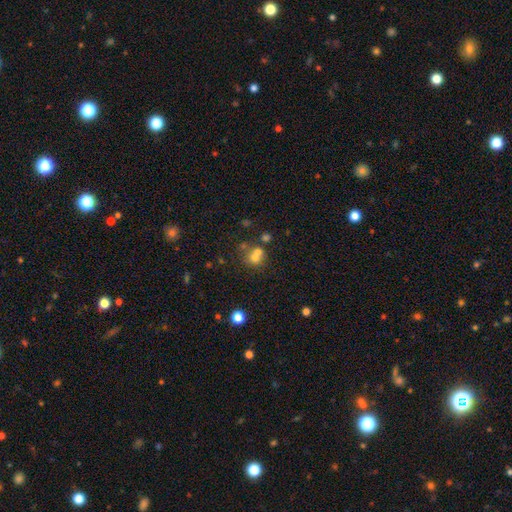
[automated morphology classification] This is likely a smooth galaxy (64%). How rounded: likely round (80%). Merging: possibly merger (49%).